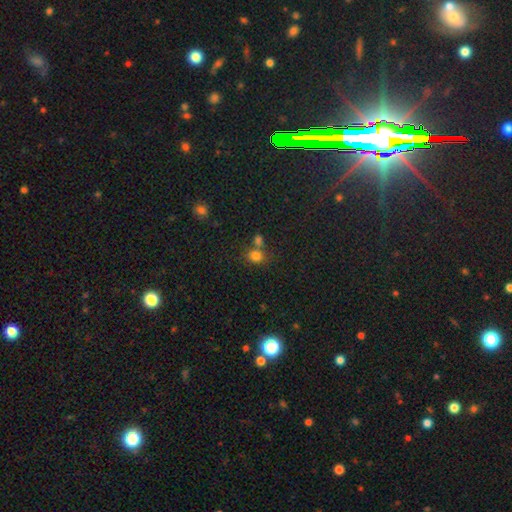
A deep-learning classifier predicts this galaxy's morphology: smooth_or_featured: smooth (p=0.77) [alt: star or artifact p=0.16]
how_rounded: round (p=0.70) [alt: in between p=0.29]
merging: none (p=0.50) [alt: merger p=0.36]